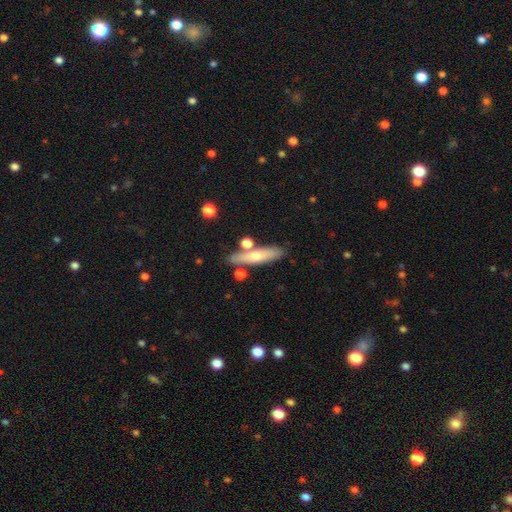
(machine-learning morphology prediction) Smooth or featured: smooth — 54% (featured or disk — 39%)
How rounded: cigar-shaped — 78% (in between — 19%)
Merging: none — 75% (minor disturbance — 12%)